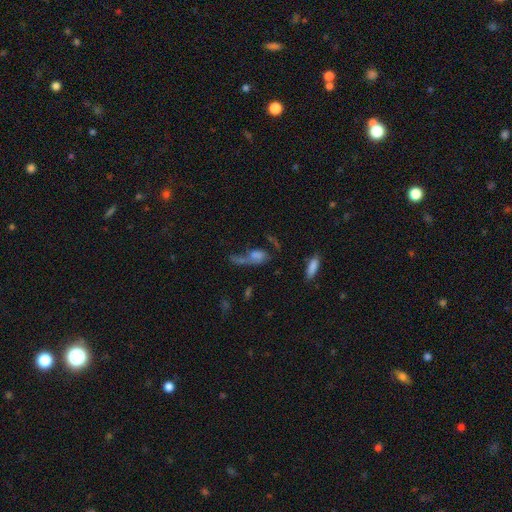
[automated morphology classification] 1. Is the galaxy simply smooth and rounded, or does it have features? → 41% featured or disk, 40% smooth, 18% star or artifact.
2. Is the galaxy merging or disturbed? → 35% major disturbance, 30% none, 21% merger, 15% minor disturbance.